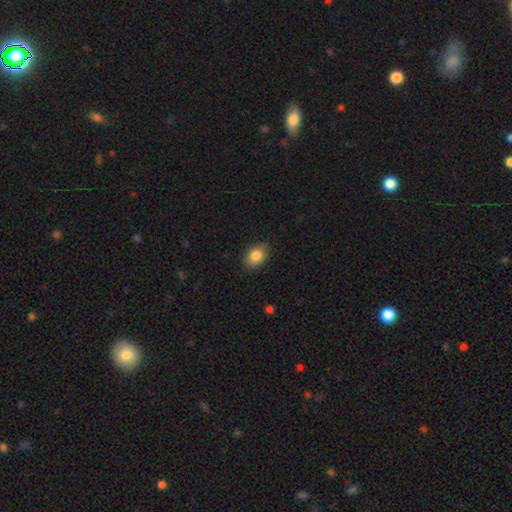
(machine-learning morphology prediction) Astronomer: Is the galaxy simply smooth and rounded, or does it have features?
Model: smooth — 85%.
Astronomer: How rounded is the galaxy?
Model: in between — 82%.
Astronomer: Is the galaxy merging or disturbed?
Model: none — 86%.